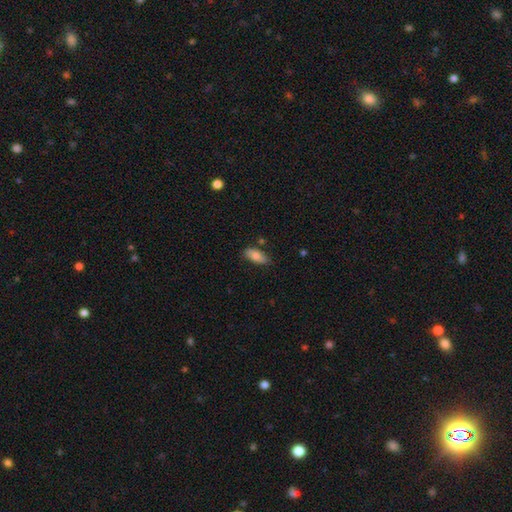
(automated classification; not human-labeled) Smooth or featured: smooth — 74% (featured or disk — 20%)
How rounded: in between — 88% (cigar-shaped — 9%)
Merging: none — 75% (minor disturbance — 19%)